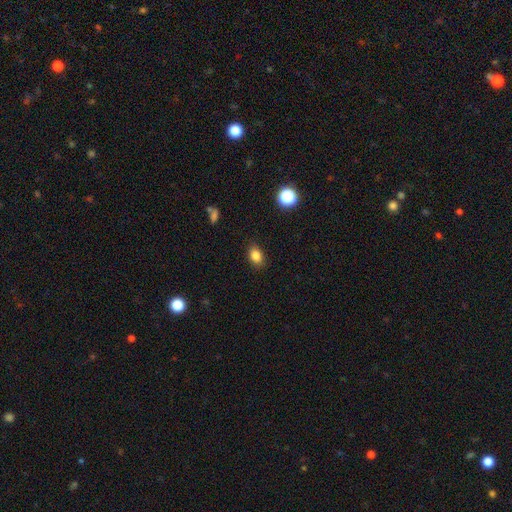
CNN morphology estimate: Overall: smooth (84%). How rounded: in between (74%). Merging: none (85%).